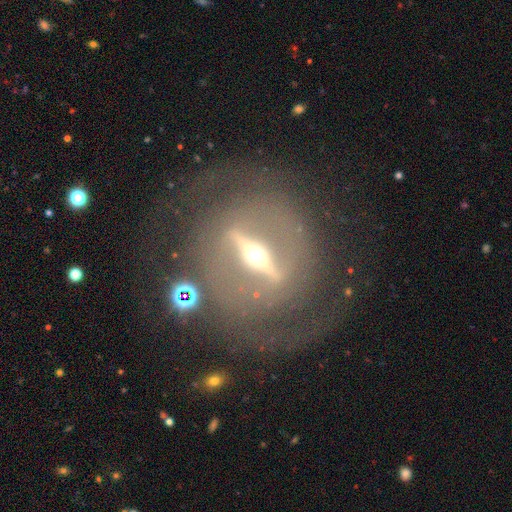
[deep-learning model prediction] Smooth or featured?
  - featured or disk: 87% *
  - star or artifact: 6%
  - smooth: 6%
Edge-on disk?
  - no: 69% *
  - yes: 31%
Bar?
  - strong: 85% *
  - weak: 11%
  - no: 5%
Spiral arms?
  - yes: 51% *
  - no: 49%
Bulge size?
  - moderate: 52% *
  - small: 42%
  - large: 4%
  - dominant: 1%
  - none: 1%
Merging?
  - none: 71% *
  - major disturbance: 14%
  - minor disturbance: 13%
  - merger: 2%